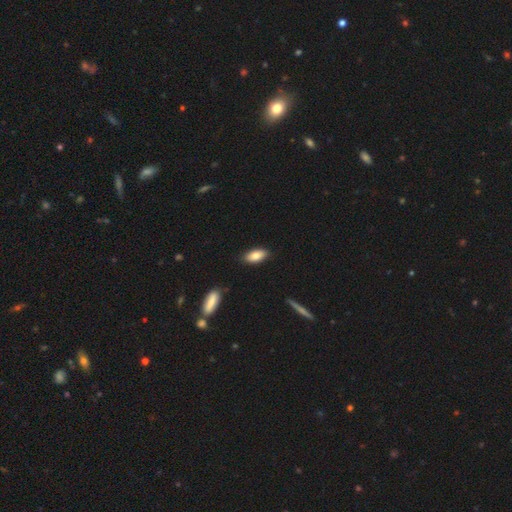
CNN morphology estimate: smooth-or-featured: smooth: 84% | featured or disk: 10% | star or artifact: 7%
  how-rounded: in between: 88% | cigar-shaped: 10% | round: 2%
  merging: none: 86% | minor disturbance: 11% | major disturbance: 2% | merger: 2%